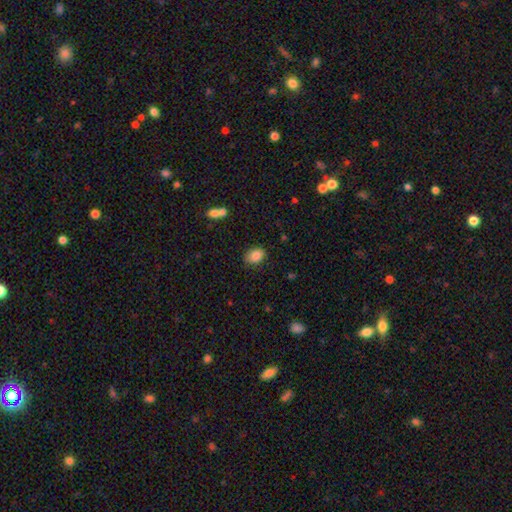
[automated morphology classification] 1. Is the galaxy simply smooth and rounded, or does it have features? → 86% smooth, 8% star or artifact, 6% featured or disk.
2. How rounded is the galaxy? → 74% in between, 25% round, 1% cigar-shaped.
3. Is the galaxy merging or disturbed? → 78% none, 16% minor disturbance, 3% major disturbance, 2% merger.